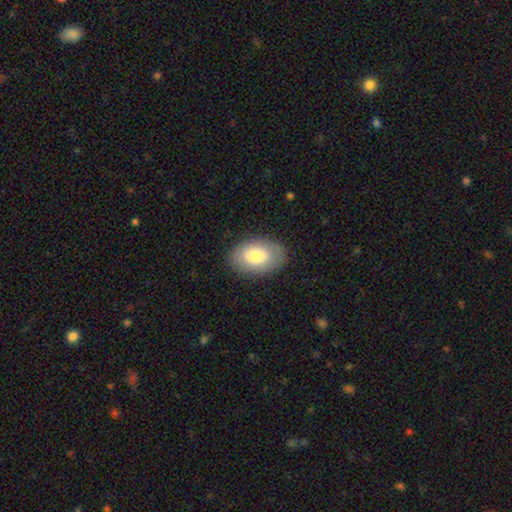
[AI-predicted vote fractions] Smooth or featured? Predicted: smooth (p=0.78). How rounded? Predicted: in between (p=0.87). Merging? Predicted: none (p=0.85).